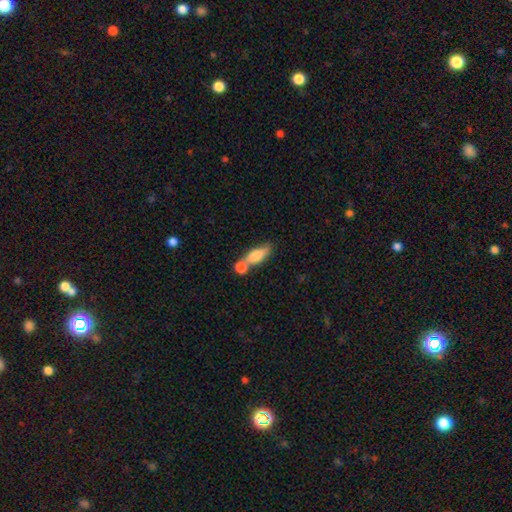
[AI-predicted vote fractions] smooth_or_featured: smooth (p=0.74) [alt: featured or disk p=0.18]
how_rounded: in between (p=0.69) [alt: cigar-shaped p=0.24]
merging: merger (p=0.50) [alt: none p=0.34]